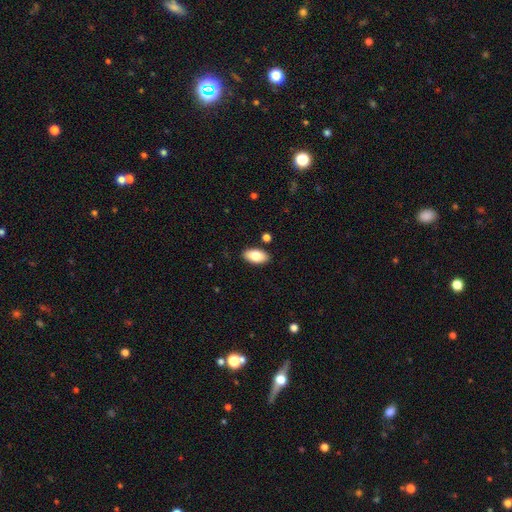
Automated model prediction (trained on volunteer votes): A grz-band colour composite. It shows a smooth galaxy with no disk features (82%) that is in between round and cigar-shaped (94%). Merging: none (87%).